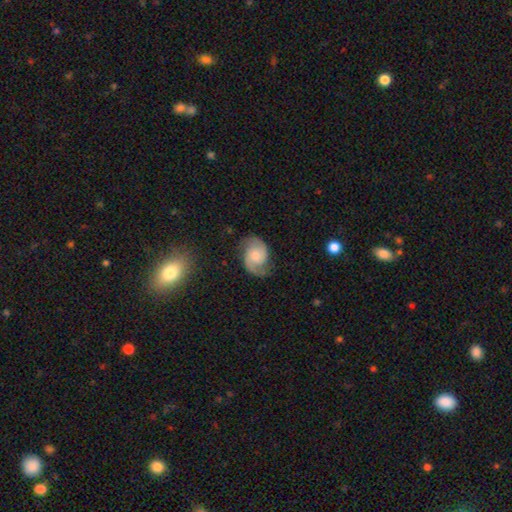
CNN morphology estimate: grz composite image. It shows a featured or disk galaxy (80%) with no bar (64%), 2 (90%) medium (51%) spiral arms (96%) and a moderate central bulge (43%). Merging: none (72%).